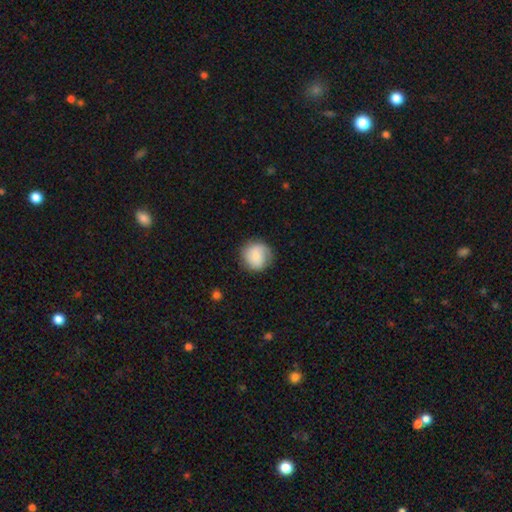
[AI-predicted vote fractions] The model was most divided on "smooth or featured": smooth: 65%, featured or disk: 28%, star or artifact: 7%. More confident: how rounded — round (90%); merging — none (76%).